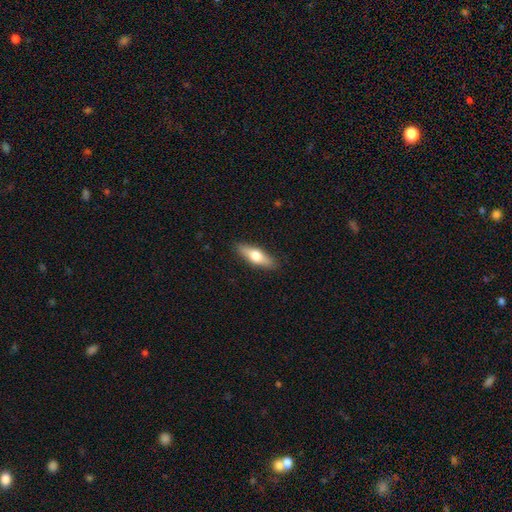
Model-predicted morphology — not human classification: Smooth or featured: smooth — 58% (featured or disk — 36%)
How rounded: cigar-shaped — 51% (in between — 47%)
Merging: none — 89% (minor disturbance — 8%)